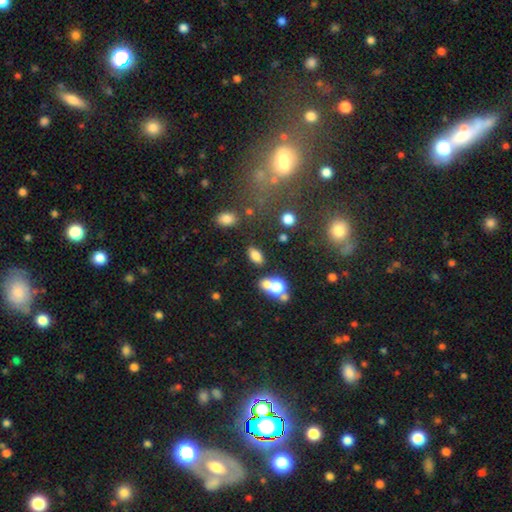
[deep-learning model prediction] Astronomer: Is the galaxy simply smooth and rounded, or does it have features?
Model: smooth — 75%.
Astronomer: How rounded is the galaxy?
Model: in between — 86%.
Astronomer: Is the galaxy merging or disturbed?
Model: none — 69%.